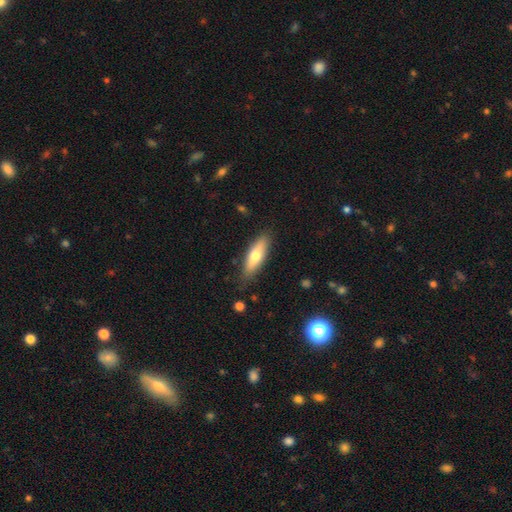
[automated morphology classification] Overall: smooth (61%; featured or disk 34%). How rounded: cigar-shaped (52%; in between 45%). Merging: none (84%).